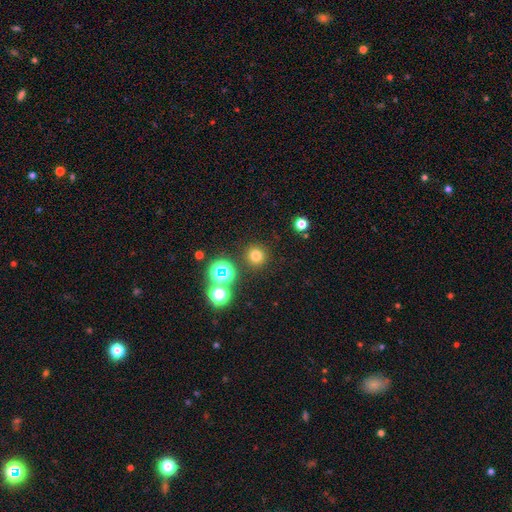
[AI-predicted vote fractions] This is likely a smooth galaxy (72%). How rounded: clearly round (95%). Merging: clearly none (88%).